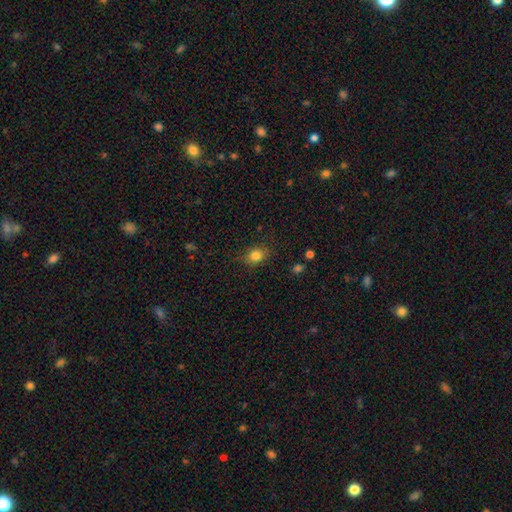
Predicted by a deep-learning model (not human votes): Smooth or featured: smooth — 81% (star or artifact — 11%)
How rounded: in between — 52% (round — 46%)
Merging: none — 81% (minor disturbance — 14%)